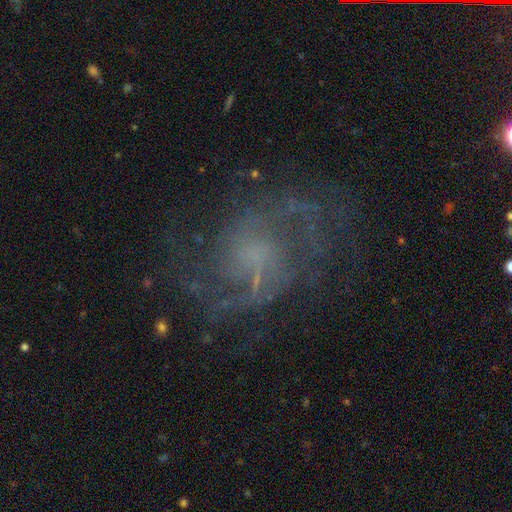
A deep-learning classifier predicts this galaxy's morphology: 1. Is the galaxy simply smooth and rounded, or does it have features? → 77% featured or disk, 13% star or artifact, 10% smooth.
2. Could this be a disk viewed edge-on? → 97% no, 3% yes.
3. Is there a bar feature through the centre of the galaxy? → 61% no, 33% weak, 6% strong.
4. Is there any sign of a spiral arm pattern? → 91% yes, 9% no.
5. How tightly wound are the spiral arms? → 49% medium, 30% loose, 21% tight.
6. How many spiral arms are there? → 61% 2, 19% can't tell, 9% 3, 4% 1, 4% 4, 3% more than 4.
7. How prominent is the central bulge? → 42% none, 31% small, 20% moderate, 5% large, 1% dominant.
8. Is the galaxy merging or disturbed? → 68% none, 16% minor disturbance, 15% major disturbance, 2% merger.